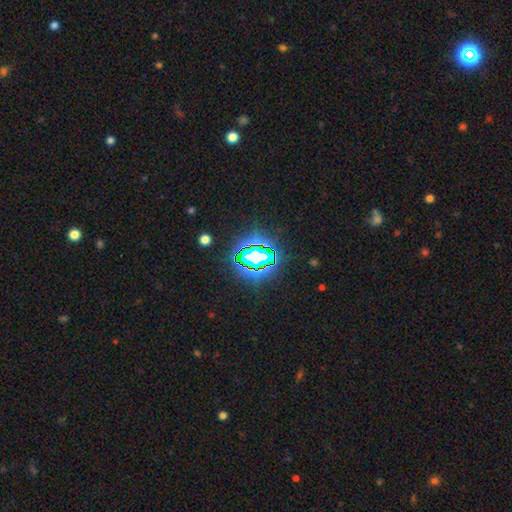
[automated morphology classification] smooth_or_featured: star or artifact (p=0.71) [alt: smooth p=0.17]